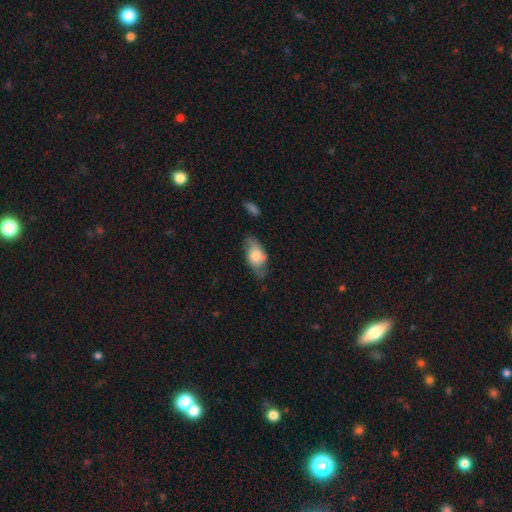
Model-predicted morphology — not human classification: A smooth galaxy with no disk features (67%) that is in between round and cigar-shaped (88%).

Vote fractions:
- Smooth or featured? smooth: 67% / featured or disk: 26% / star or artifact: 7%
- How rounded? in between: 88% / round: 6% / cigar-shaped: 5%
- Merging? none: 58% / minor disturbance: 31% / major disturbance: 9% / merger: 2%